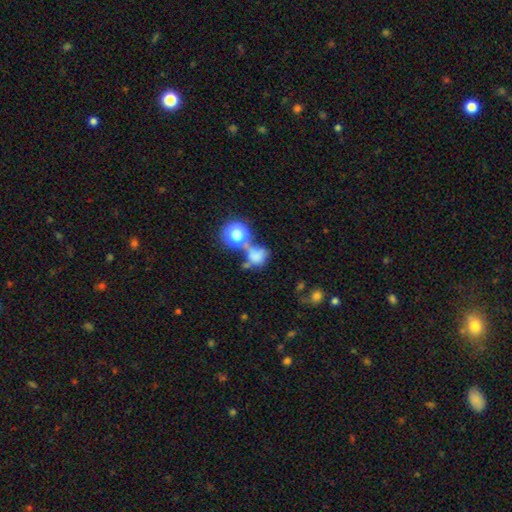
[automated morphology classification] Smooth or featured? smooth (72%)
How rounded? round (61%)
Merging? merger (55%)